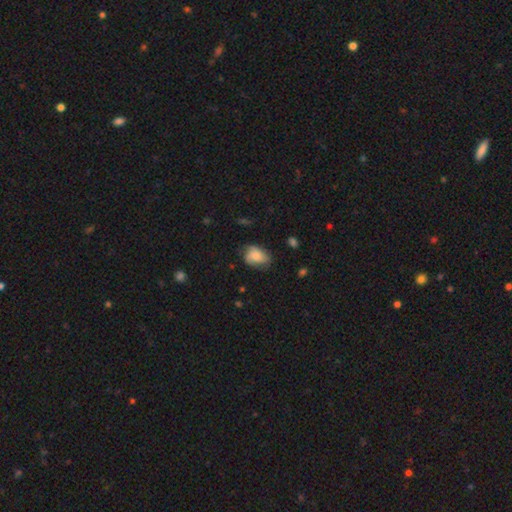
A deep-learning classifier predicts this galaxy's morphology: A smooth galaxy with no disk features (68%) that is in between round and cigar-shaped (70%). Merging: none (54%).